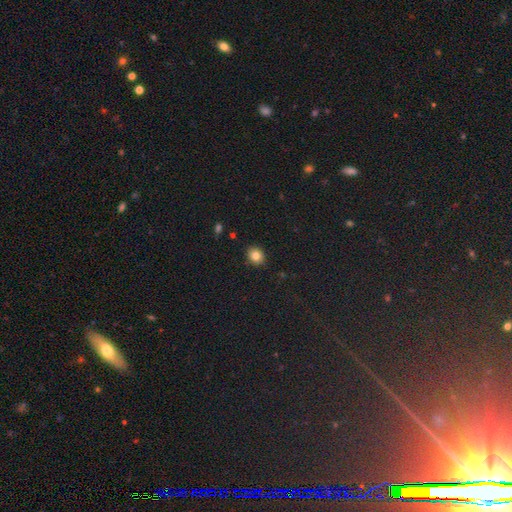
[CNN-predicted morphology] smooth_or_featured: smooth (p=0.82) [alt: star or artifact p=0.11]
how_rounded: round (p=0.68) [alt: in between p=0.31]
merging: none (p=0.89) [alt: minor disturbance p=0.08]